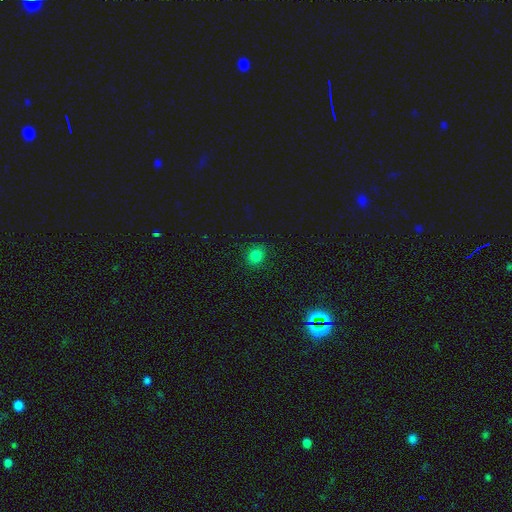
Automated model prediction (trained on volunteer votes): Smooth or featured: smooth — 81% (star or artifact — 15%)
How rounded: round — 71% (in between — 28%)
Merging: none — 87% (minor disturbance — 9%)